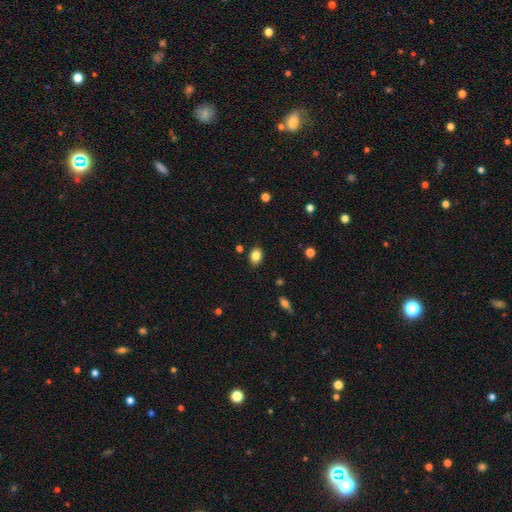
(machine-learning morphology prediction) smooth_or_featured: smooth (p=0.84) [alt: star or artifact p=0.10]
how_rounded: in between (p=0.71) [alt: round p=0.28]
merging: none (p=0.86) [alt: minor disturbance p=0.09]